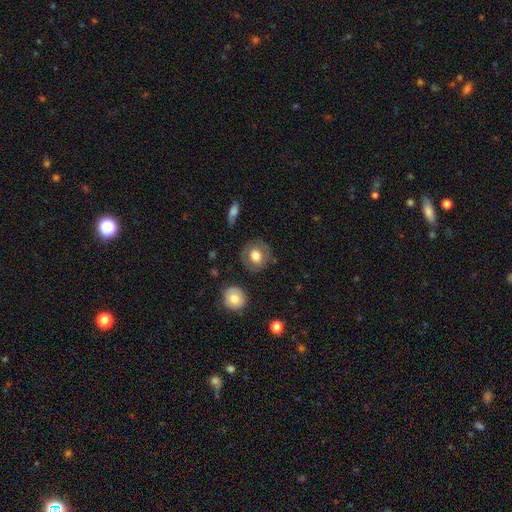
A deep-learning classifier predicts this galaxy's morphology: Smooth or featured? smooth (66%)
How rounded? round (83%)
Merging? none (81%)